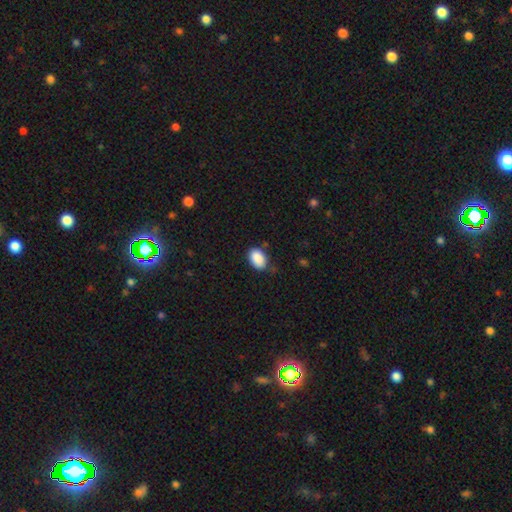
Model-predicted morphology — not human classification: smooth-or-featured: smooth: 89% | star or artifact: 7% | featured or disk: 4%
  how-rounded: in between: 89% | round: 10% | cigar-shaped: 1%
  merging: none: 78% | minor disturbance: 16% | major disturbance: 3% | merger: 2%